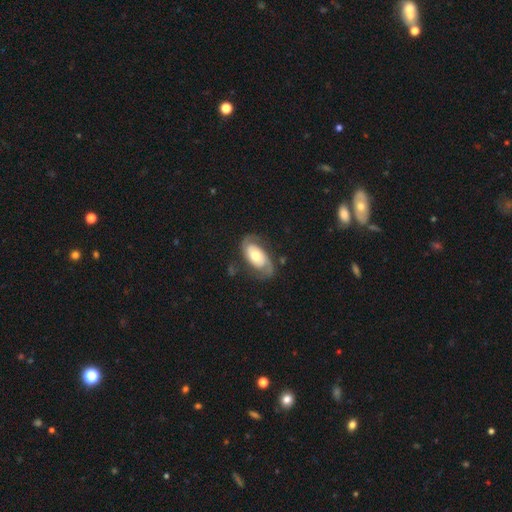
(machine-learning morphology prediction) featured or disk 78%, smooth 17%, star or artifact 5%. Down the decision tree: edge-on disk — no (96%); bar — no (66%); spiral arms — yes (92%); spiral arm count — 2 (88%); spiral winding — medium (41%); bulge size — moderate (62%); merging — none (72%).